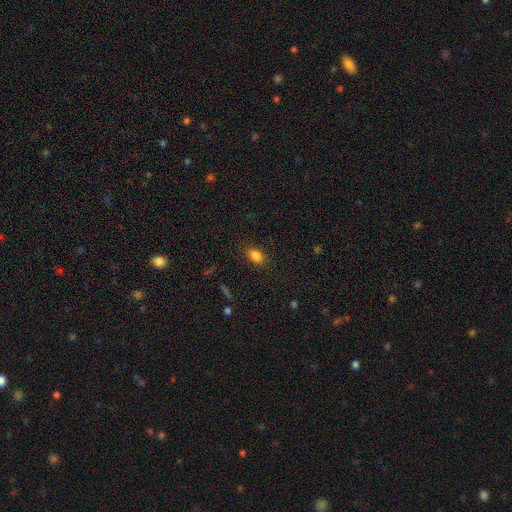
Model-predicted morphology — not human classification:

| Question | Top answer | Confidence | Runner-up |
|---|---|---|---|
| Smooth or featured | smooth | 83% | star or artifact (11%) |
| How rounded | in between | 78% | round (20%) |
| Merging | none | 85% | minor disturbance (11%) |